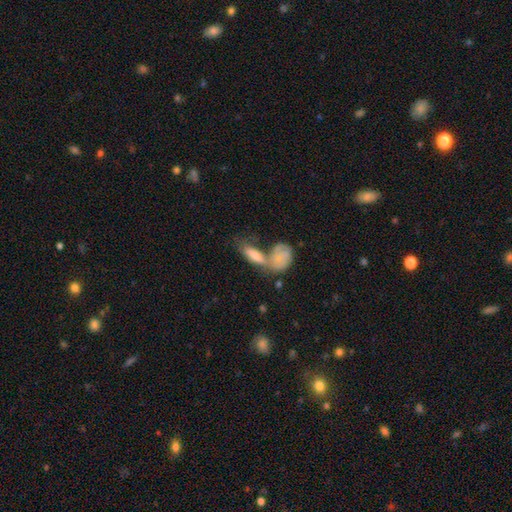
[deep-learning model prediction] smooth-or-featured: smooth: 62% | featured or disk: 28% | star or artifact: 10%
  how-rounded: in between: 68% | cigar-shaped: 27% | round: 6%
  merging: merger: 49% | none: 32% | minor disturbance: 12% | major disturbance: 8%